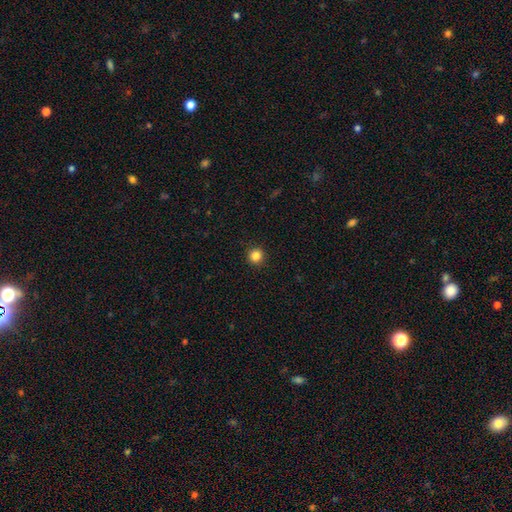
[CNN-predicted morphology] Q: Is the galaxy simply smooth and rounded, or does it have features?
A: smooth — 84%.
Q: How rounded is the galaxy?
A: round — 94%.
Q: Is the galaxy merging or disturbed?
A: none — 93%.